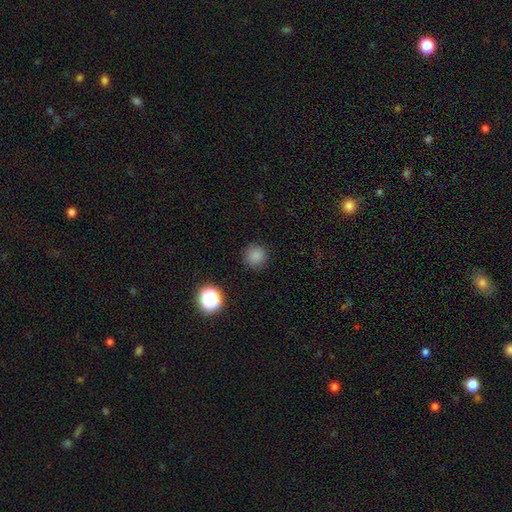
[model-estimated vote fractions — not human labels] A smooth galaxy with no disk features (82%) that is round (94%).

Vote fractions:
- Smooth or featured? smooth: 82% / star or artifact: 14% / featured or disk: 4%
- How rounded? round: 94% / in between: 5% / cigar-shaped: 1%
- Merging? none: 89% / minor disturbance: 7% / major disturbance: 3% / merger: 1%